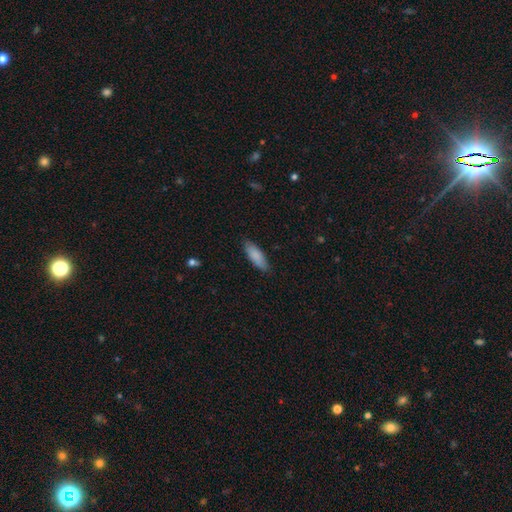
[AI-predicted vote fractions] Smooth or featured? Predicted: smooth (p=0.86). How rounded? Predicted: in between (p=0.62). Merging? Predicted: none (p=0.83).